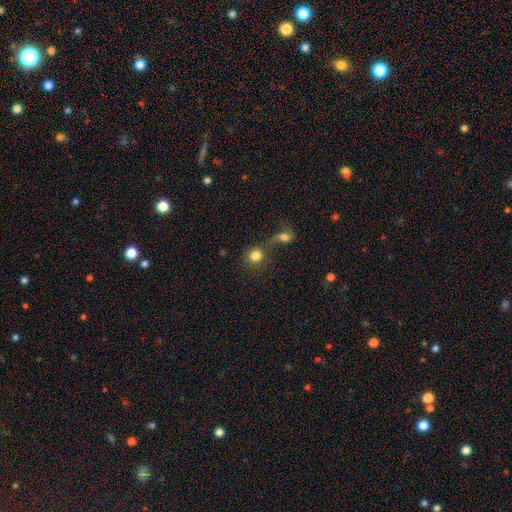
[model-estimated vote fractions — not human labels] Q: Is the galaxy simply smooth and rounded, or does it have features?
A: smooth — 81%.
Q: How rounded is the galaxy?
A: round — 85%.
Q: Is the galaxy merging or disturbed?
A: none — 46%.